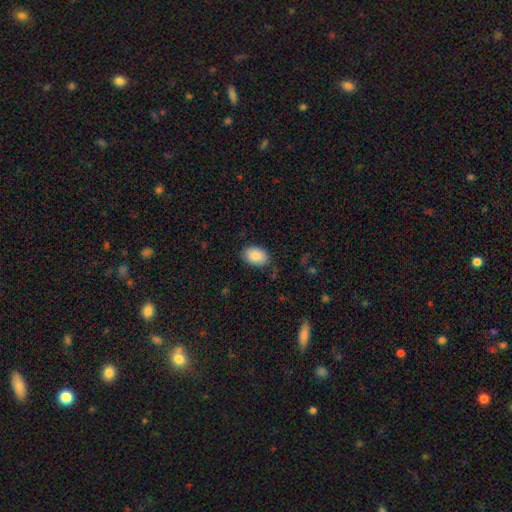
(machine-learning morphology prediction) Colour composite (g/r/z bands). It shows a smooth galaxy with no disk features (88%) that is in between round and cigar-shaped (84%). Merging: none (83%).